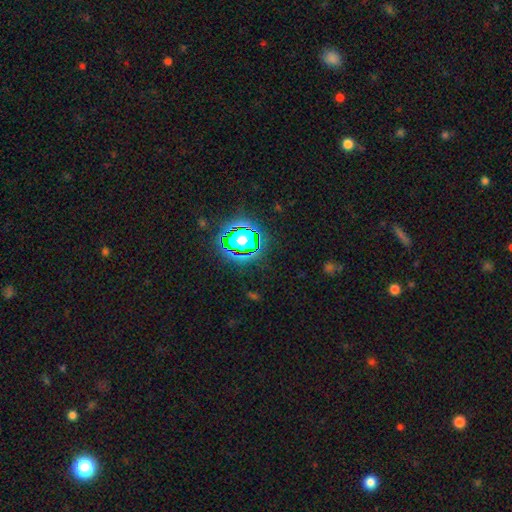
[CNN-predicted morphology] Overall: star or artifact (81%).